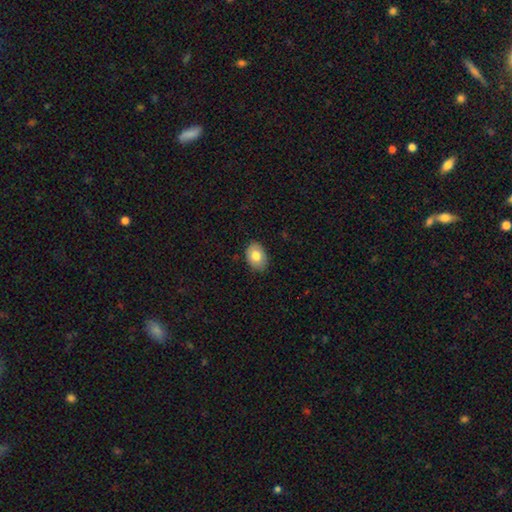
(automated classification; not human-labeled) smooth 79%, featured or disk 13%, star or artifact 7%. Down the decision tree: how rounded — in between (79%); merging — none (86%).